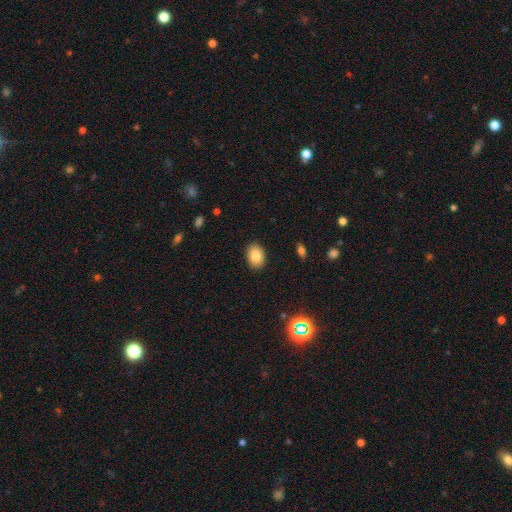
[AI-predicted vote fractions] smooth 85%, star or artifact 8%, featured or disk 7%. Down the decision tree: how rounded — in between (79%); merging — none (89%).